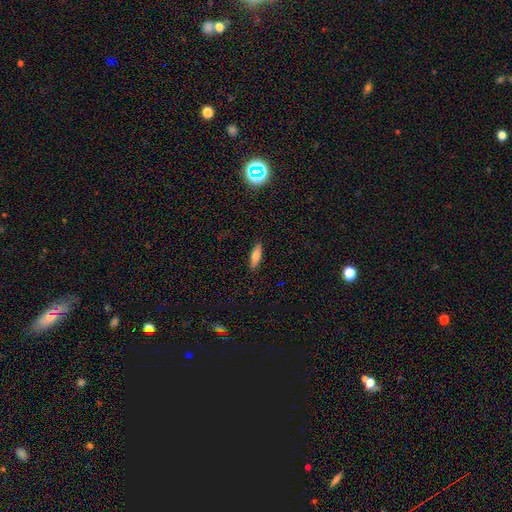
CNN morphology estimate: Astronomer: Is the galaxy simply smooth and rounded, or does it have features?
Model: smooth — 77%.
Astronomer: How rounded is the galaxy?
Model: cigar-shaped — 55% (runner-up: in between, 43%).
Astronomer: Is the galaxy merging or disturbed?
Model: none — 88%.